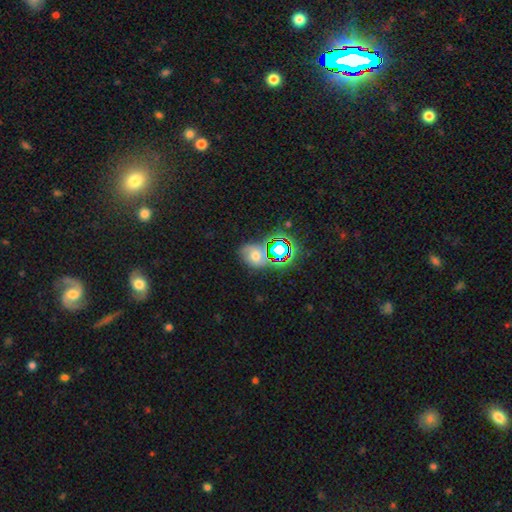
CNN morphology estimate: Q: Smooth or featured?
A: smooth (46%); runner-up: star or artifact (33%)
Q: Merging?
A: none (63%); runner-up: minor disturbance (20%)